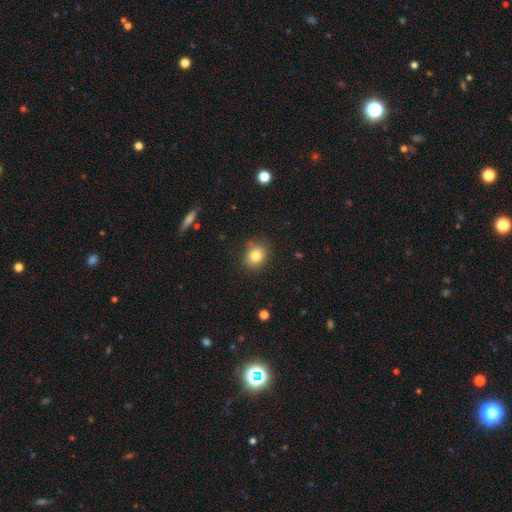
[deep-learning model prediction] Smooth or featured? smooth (81%)
How rounded? round (67%)
Merging? none (85%)